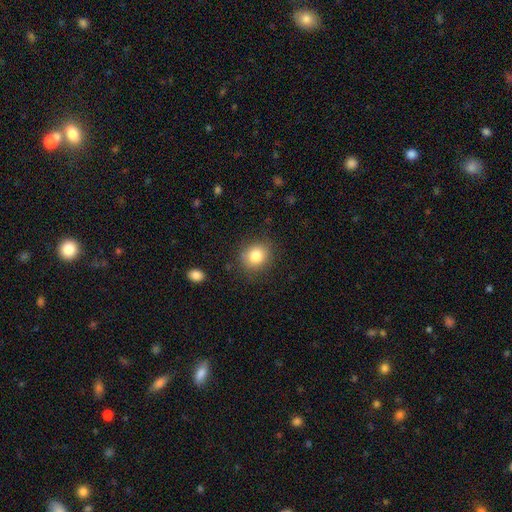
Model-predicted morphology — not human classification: Overall: smooth (82%). How rounded: round (78%). Merging: none (84%).